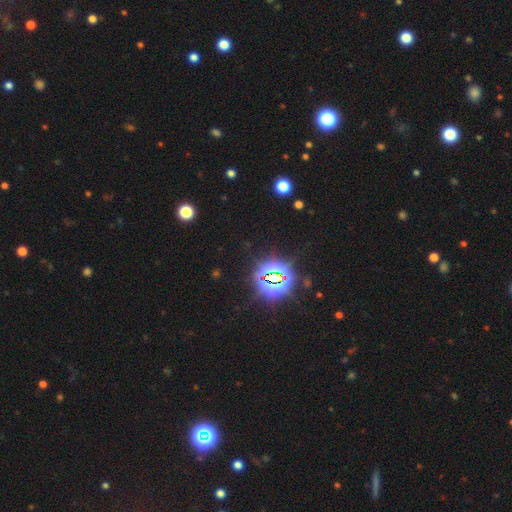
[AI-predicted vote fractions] Smooth or featured? star or artifact (83%)